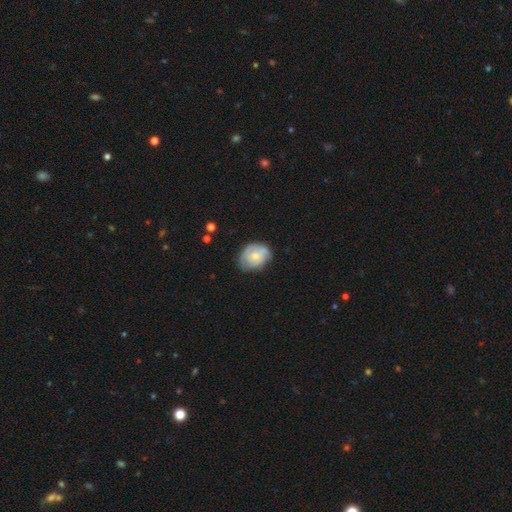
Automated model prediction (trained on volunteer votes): Smooth or featured: smooth — 50% (featured or disk — 44%)
Merging: none — 57% (minor disturbance — 31%)